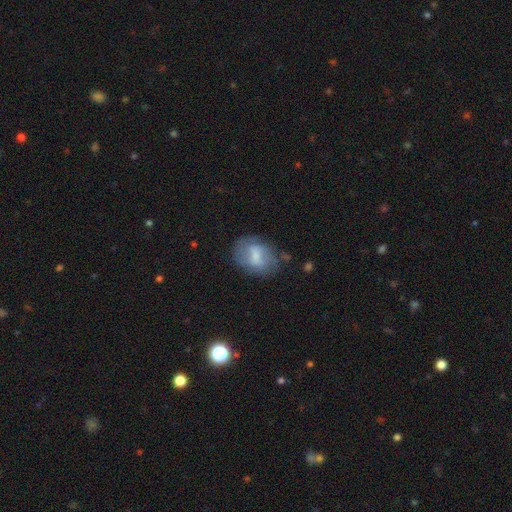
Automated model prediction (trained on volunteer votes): This appears to be a smooth galaxy with no disk features (54%) that is in between round and cigar-shaped (71%). Merging: none (59%).